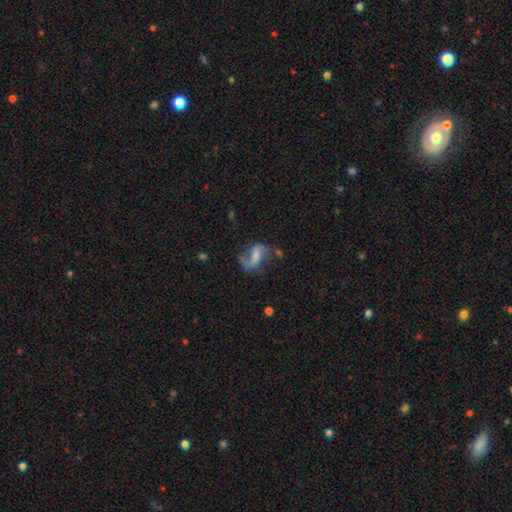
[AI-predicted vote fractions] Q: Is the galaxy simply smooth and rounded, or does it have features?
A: featured or disk — 66%.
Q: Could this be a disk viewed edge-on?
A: no — 96%.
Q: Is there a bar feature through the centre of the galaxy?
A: weak — 42%.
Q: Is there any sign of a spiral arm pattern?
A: yes — 83%.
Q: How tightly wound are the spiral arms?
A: loose — 68%.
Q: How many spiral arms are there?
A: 2 — 72%.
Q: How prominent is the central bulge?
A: small — 34%.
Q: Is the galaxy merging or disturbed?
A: none — 44%.